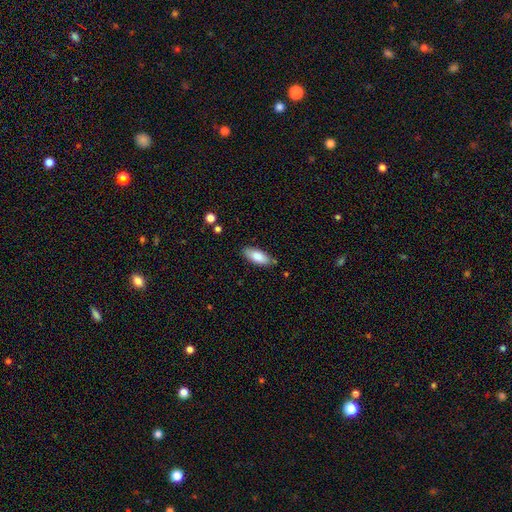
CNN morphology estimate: type=smooth (83%); roundness=in between (82%); merging=none (79%).